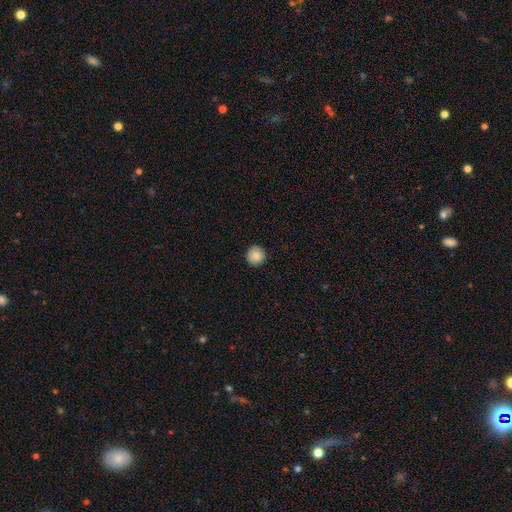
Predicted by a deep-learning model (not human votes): This appears to be a smooth galaxy with no disk features (87%) that is round (94%). Merging: none (91%).